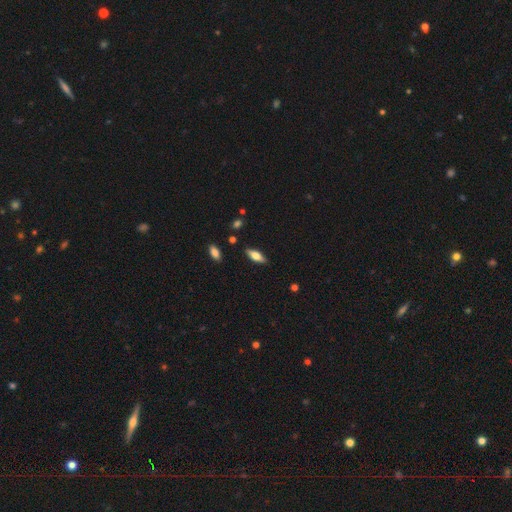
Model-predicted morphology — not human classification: This appears to be a smooth galaxy with no disk features (64%) that is in between round and cigar-shaped (69%). Merging: none (86%).